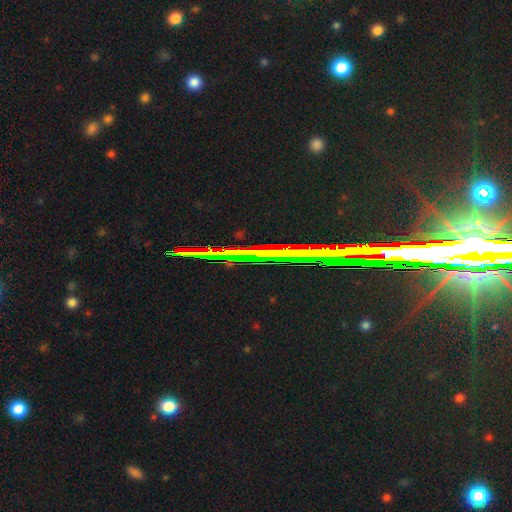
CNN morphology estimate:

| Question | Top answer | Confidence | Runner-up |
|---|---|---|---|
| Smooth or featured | star or artifact | 69% | featured or disk (20%) |